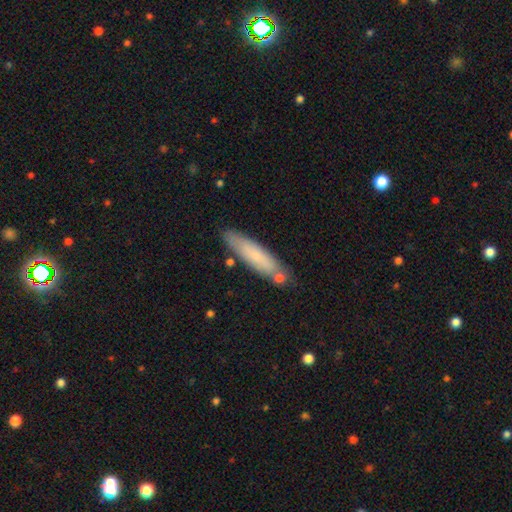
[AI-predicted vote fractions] A smooth galaxy with no disk features (72%) that is cigar-shaped (80%).

Vote fractions:
- Smooth or featured? smooth: 72% / featured or disk: 22% / star or artifact: 6%
- How rounded? cigar-shaped: 80% / in between: 18% / round: 1%
- Merging? none: 77% / minor disturbance: 14% / merger: 6% / major disturbance: 3%